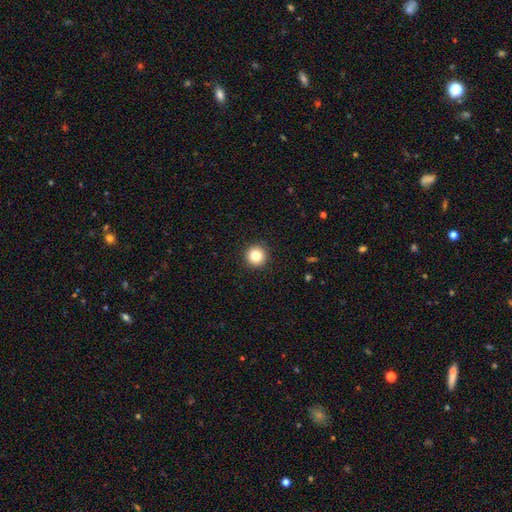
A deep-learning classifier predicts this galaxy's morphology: This appears to be a smooth galaxy with no disk features (82%) that is round (96%). Merging: none (93%).